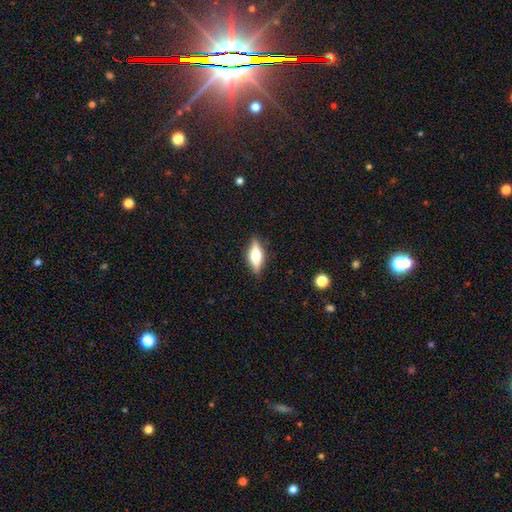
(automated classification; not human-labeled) A featured or disk galaxy (47%). Merging: none (86%).